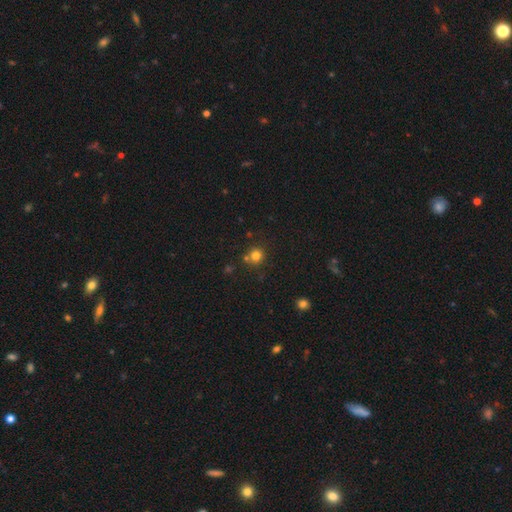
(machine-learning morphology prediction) Smooth or featured: smooth — 77% (star or artifact — 16%)
How rounded: round — 91% (in between — 8%)
Merging: none — 71% (merger — 17%)